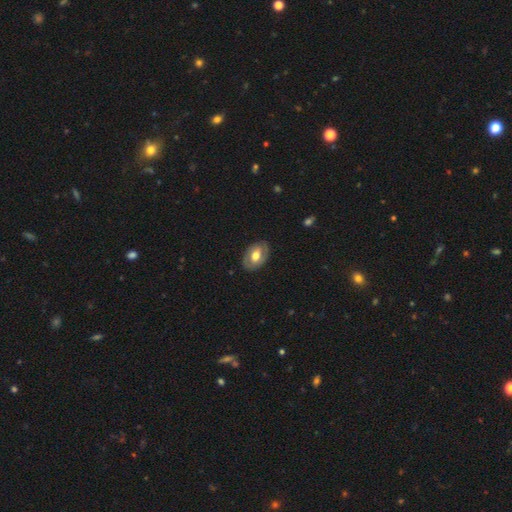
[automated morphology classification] Smooth or featured: featured or disk — 48% (smooth — 46%)
Merging: none — 82% (minor disturbance — 13%)